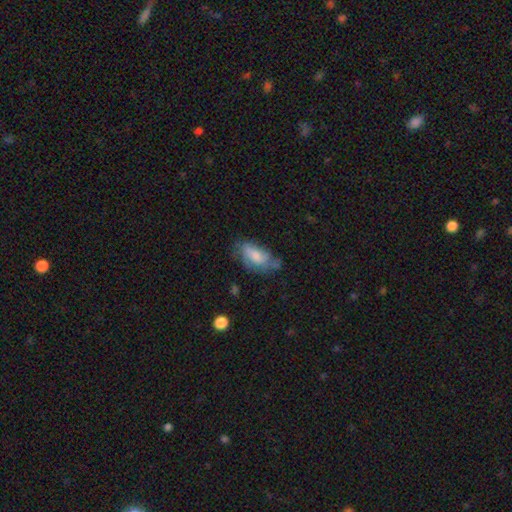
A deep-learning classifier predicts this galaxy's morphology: Smooth or featured? Predicted: smooth (p=0.66). How rounded? Predicted: in between (p=0.88). Merging? Predicted: none (p=0.43).